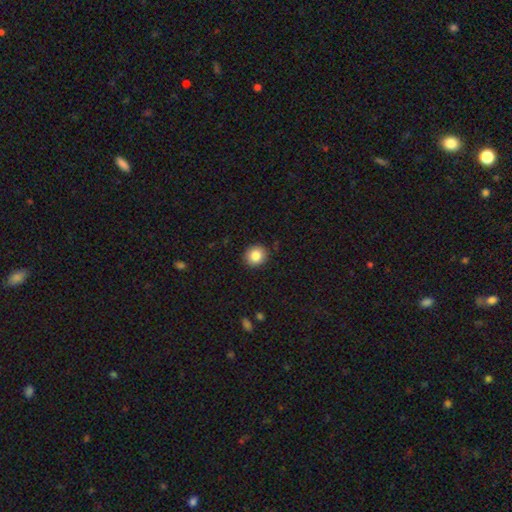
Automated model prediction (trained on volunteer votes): Smooth or featured? Predicted: smooth (p=0.84). How rounded? Predicted: round (p=0.84). Merging? Predicted: none (p=0.91).